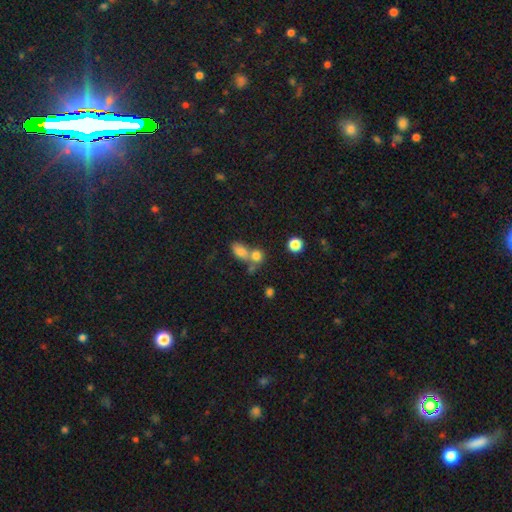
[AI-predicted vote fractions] Morphology: type=smooth (76%); roundness=round (65%); merging=merger (53%).